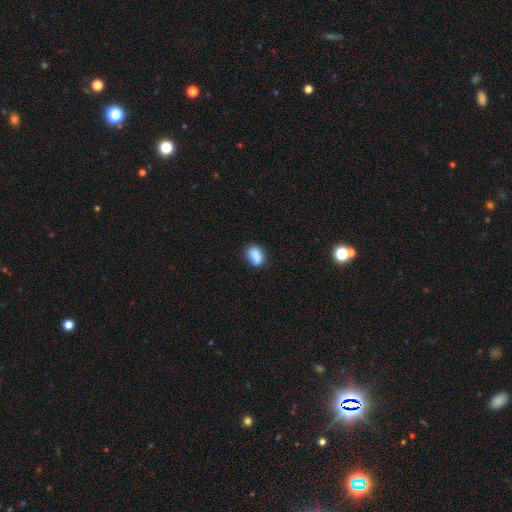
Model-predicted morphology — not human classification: smooth-or-featured: smooth: 86% | star or artifact: 9% | featured or disk: 5%
  how-rounded: in between: 80% | round: 17% | cigar-shaped: 3%
  merging: none: 72% | minor disturbance: 20% | major disturbance: 4% | merger: 3%